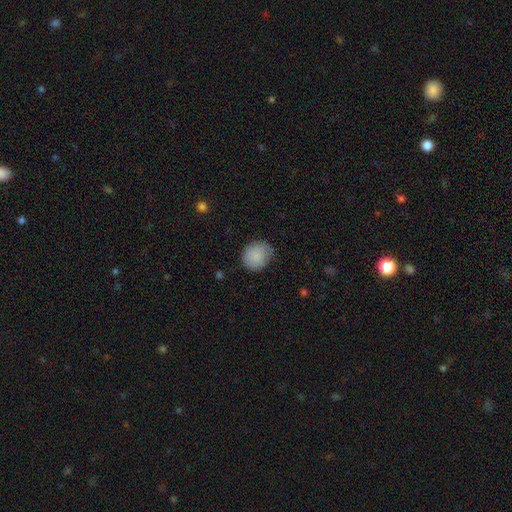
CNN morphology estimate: smooth-or-featured: smooth: 86% | star or artifact: 7% | featured or disk: 7%
  how-rounded: round: 73% | in between: 26% | cigar-shaped: 1%
  merging: none: 68% | minor disturbance: 25% | major disturbance: 5% | merger: 1%